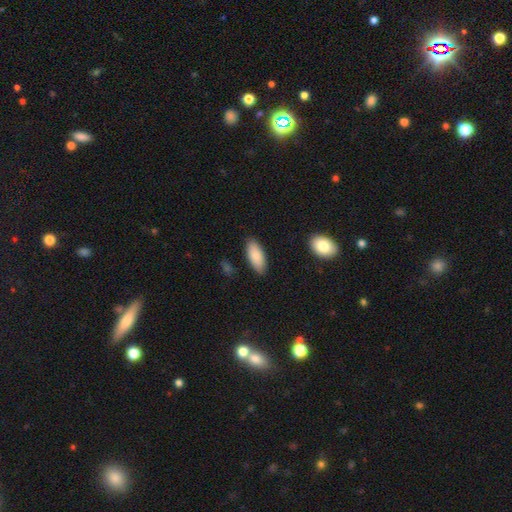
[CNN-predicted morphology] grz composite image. It shows a smooth galaxy with no disk features (84%) that is in between round and cigar-shaped (85%). Merging: none (86%).